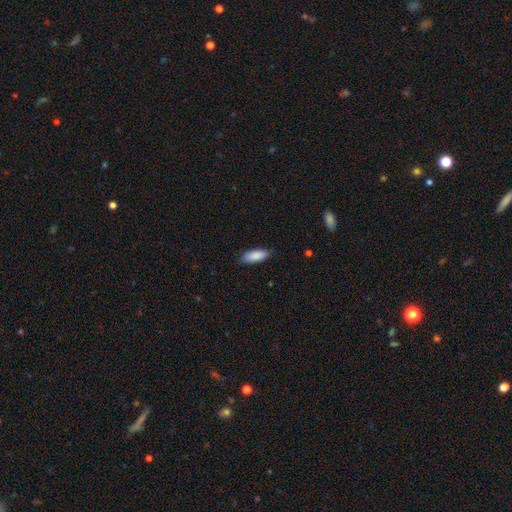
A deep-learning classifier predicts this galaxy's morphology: Q: Smooth or featured?
A: smooth (88%); runner-up: featured or disk (6%)
Q: How rounded?
A: in between (78%); runner-up: cigar-shaped (20%)
Q: Merging?
A: none (82%); runner-up: minor disturbance (15%)